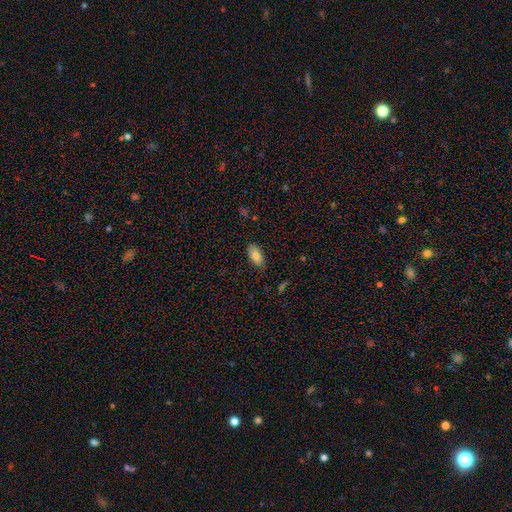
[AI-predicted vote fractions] This appears to be a smooth galaxy with no disk features (81%) that is in between round and cigar-shaped (92%). Merging: none (80%).